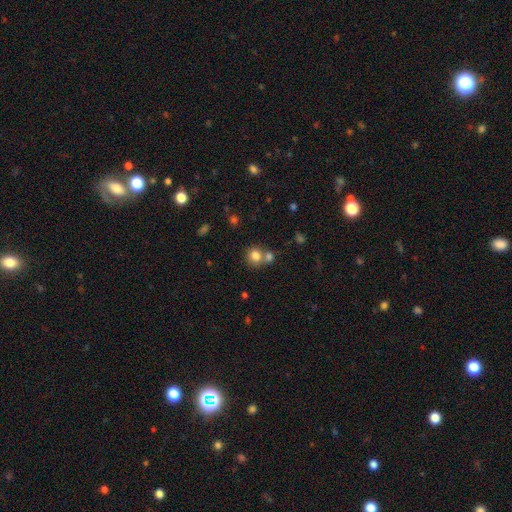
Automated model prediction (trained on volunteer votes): Smooth or featured: smooth — 80% (star or artifact — 11%)
How rounded: round — 85% (in between — 14%)
Merging: none — 51% (merger — 38%)